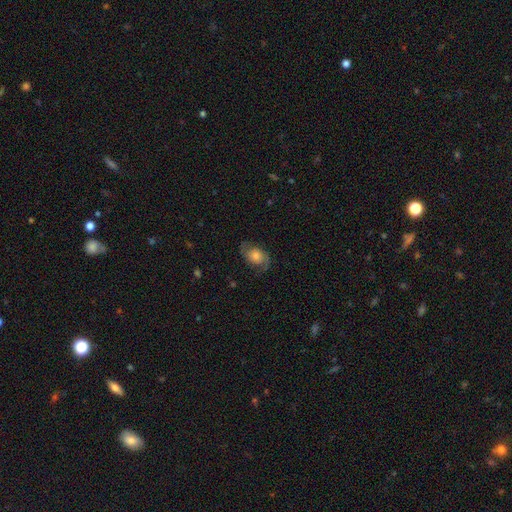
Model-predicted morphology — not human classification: Smooth or featured: featured or disk — 64% (smooth — 27%)
Edge-on disk: no — 96% (yes — 4%)
Bar: no — 74% (weak — 22%)
Spiral arms: yes — 90% (no — 10%)
Spiral winding: medium — 45% (loose — 37%)
Spiral arm count: 2 — 89% (can't tell — 5%)
Bulge size: moderate — 45% (small — 23%)
Merging: none — 74% (minor disturbance — 17%)